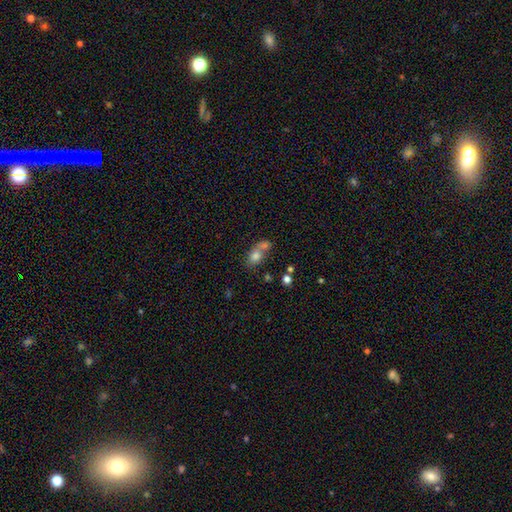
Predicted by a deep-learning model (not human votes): Smooth or featured? Predicted: smooth (p=0.75). How rounded? Predicted: in between (p=0.56). Merging? Predicted: merger (p=0.59).